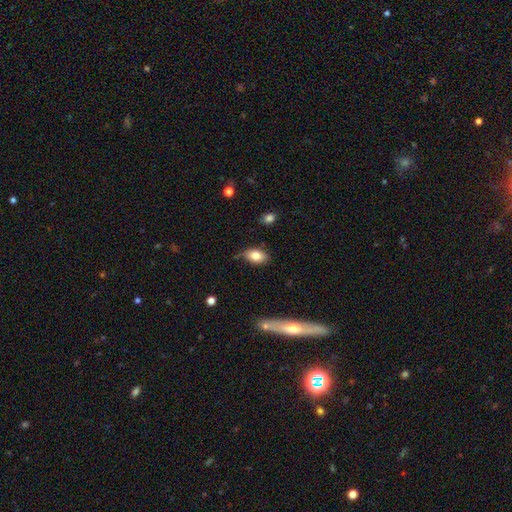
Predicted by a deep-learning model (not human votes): This appears to be a smooth galaxy with no disk features (81%) that is in between round and cigar-shaped (87%). Merging: none (71%).